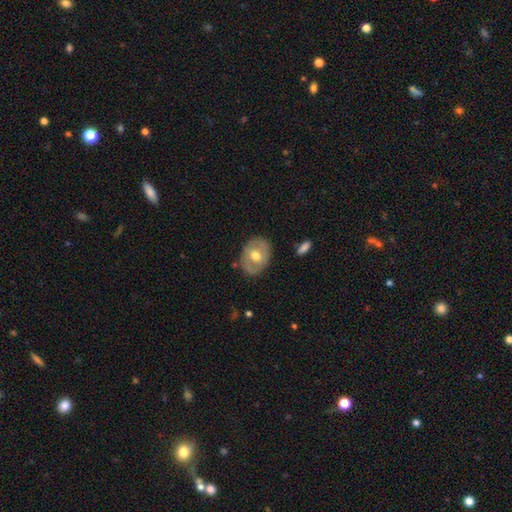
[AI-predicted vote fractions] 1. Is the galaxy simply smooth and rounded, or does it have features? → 48% featured or disk, 47% smooth, 6% star or artifact.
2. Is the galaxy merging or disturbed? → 80% none, 14% minor disturbance, 4% major disturbance, 2% merger.